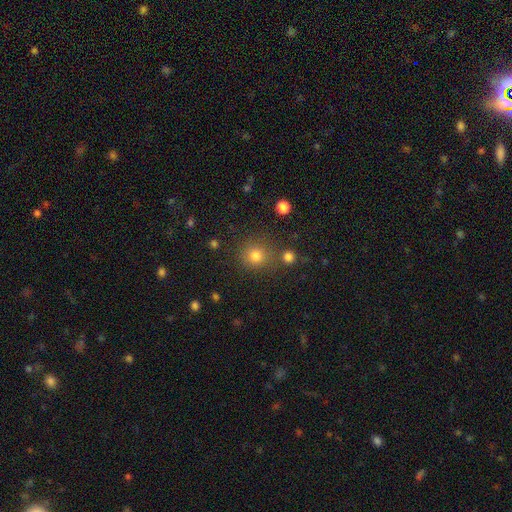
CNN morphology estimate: This appears to be a smooth galaxy with no disk features (78%) that is round (90%). Merging: none (77%).